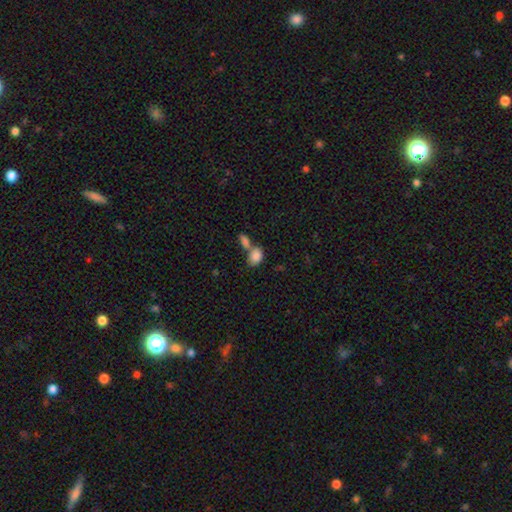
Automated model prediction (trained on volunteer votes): Smooth or featured? smooth (85%)
How rounded? in between (84%)
Merging? merger (53%)